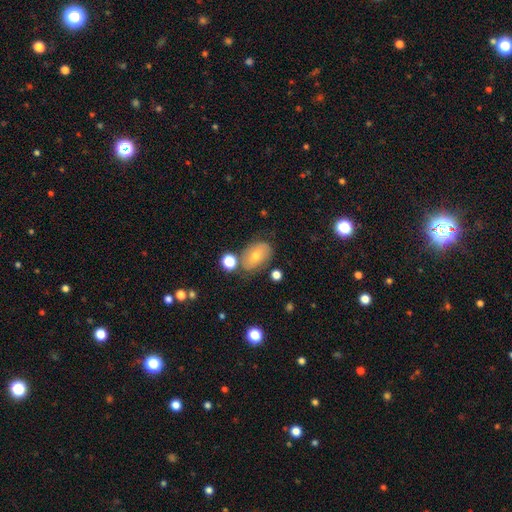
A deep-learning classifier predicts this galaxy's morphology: This is possibly a smooth galaxy (51%). How rounded: clearly in between (81%). Merging: likely none (66%).